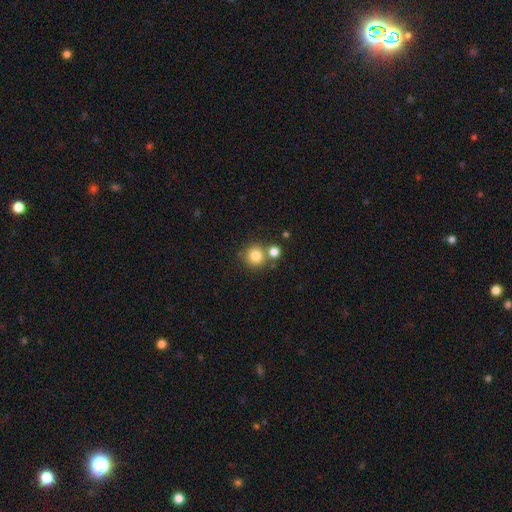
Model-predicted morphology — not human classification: Overall: smooth (82%). How rounded: round (91%). Merging: none (67%).